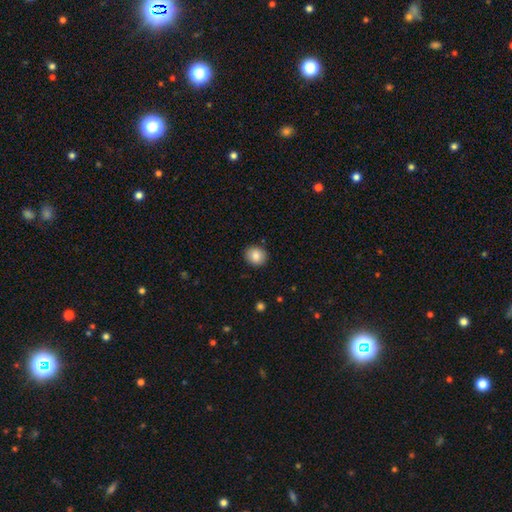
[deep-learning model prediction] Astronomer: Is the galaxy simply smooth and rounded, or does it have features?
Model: smooth — 85%.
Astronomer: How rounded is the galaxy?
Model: round — 75%.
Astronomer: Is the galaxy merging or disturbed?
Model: none — 90%.